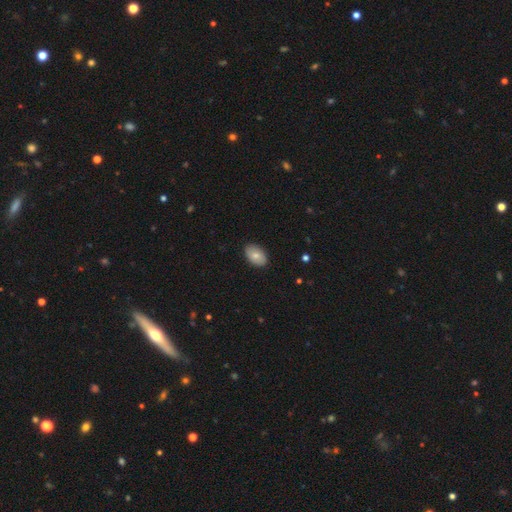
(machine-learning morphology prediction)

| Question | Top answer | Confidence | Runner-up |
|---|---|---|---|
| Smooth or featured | smooth | 76% | featured or disk (17%) |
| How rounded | in between | 89% | round (9%) |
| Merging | none | 87% | minor disturbance (10%) |